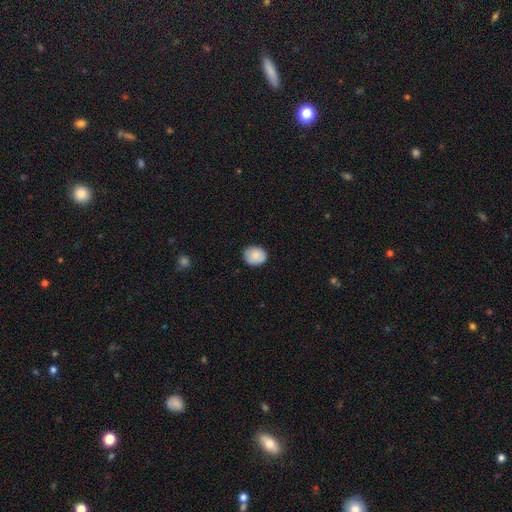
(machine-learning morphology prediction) type=smooth (85%); roundness=round (65%); merging=none (83%).